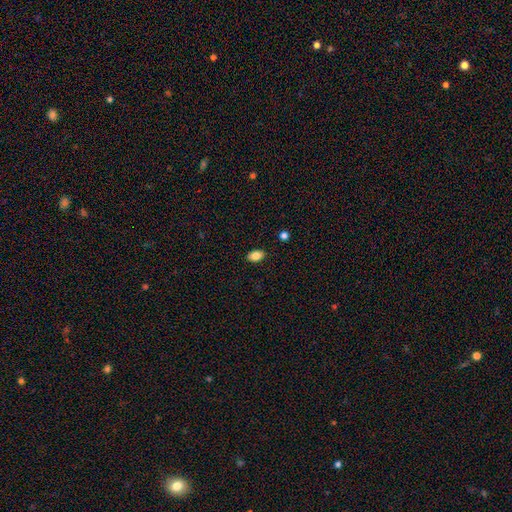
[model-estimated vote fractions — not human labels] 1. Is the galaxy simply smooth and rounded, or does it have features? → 84% smooth, 9% star or artifact, 7% featured or disk.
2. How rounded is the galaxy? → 88% in between, 10% round, 2% cigar-shaped.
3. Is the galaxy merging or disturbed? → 88% none, 9% minor disturbance, 2% major disturbance, 1% merger.